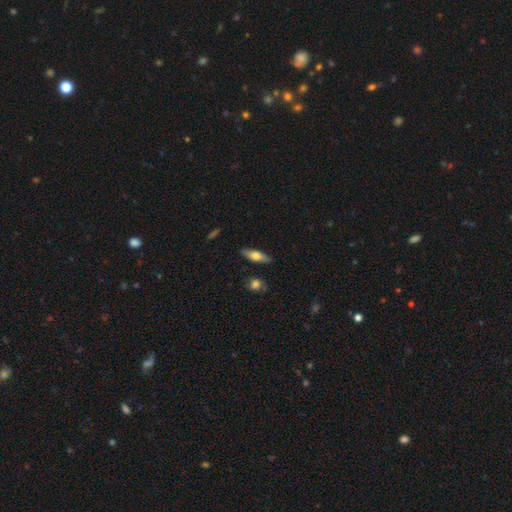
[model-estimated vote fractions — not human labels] Smooth or featured: smooth — 61% (featured or disk — 33%)
How rounded: in between — 50% (cigar-shaped — 47%)
Merging: none — 86% (minor disturbance — 10%)